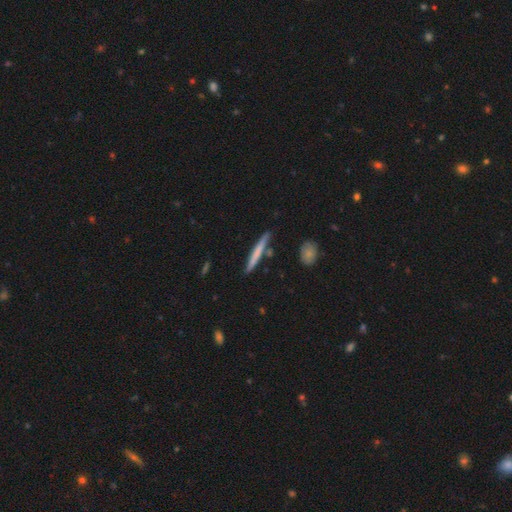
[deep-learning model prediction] Smooth or featured?
  - smooth: 63% *
  - featured or disk: 31%
  - star or artifact: 5%
How rounded?
  - cigar-shaped: 96% *
  - in between: 3%
  - round: 1%
Merging?
  - none: 83% *
  - minor disturbance: 11%
  - merger: 5%
  - major disturbance: 2%